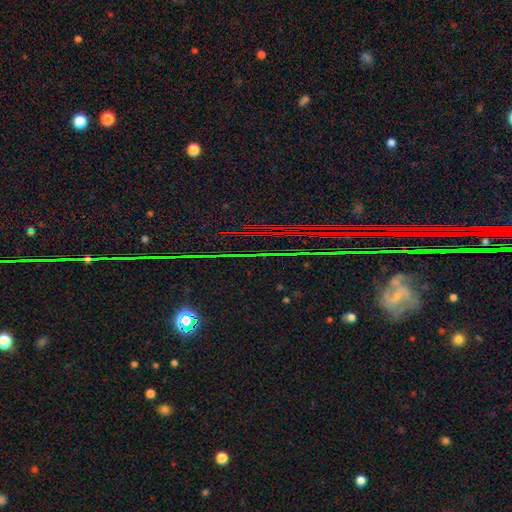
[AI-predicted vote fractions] smooth_or_featured: star or artifact (p=0.82) [alt: featured or disk p=0.09]